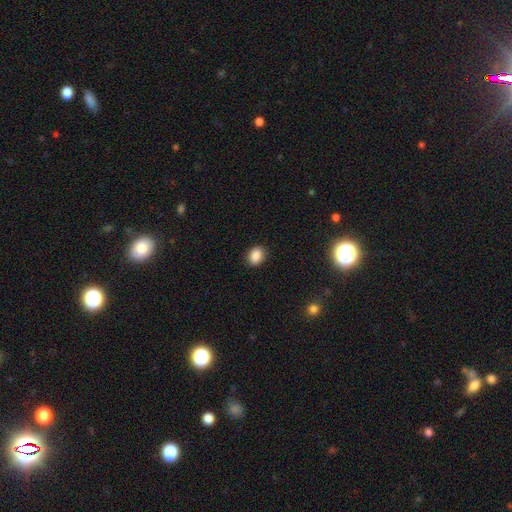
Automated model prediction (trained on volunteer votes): Smooth or featured: smooth — 88% (star or artifact — 9%)
How rounded: in between — 62% (round — 37%)
Merging: none — 88% (minor disturbance — 8%)